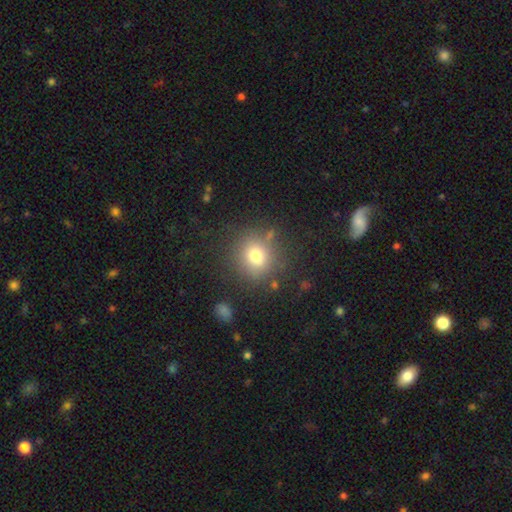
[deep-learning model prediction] Smooth or featured: smooth — 73% (star or artifact — 15%)
How rounded: round — 84% (in between — 15%)
Merging: none — 79% (minor disturbance — 12%)